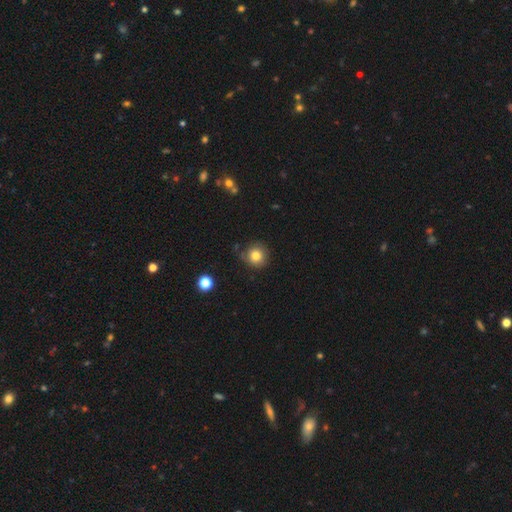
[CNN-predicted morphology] type=smooth (81%); roundness=round (91%); merging=none (75%).